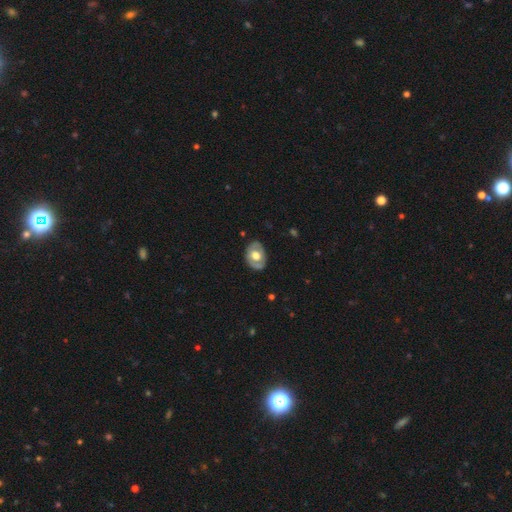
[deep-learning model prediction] Q: Smooth or featured?
A: featured or disk (51%); runner-up: smooth (43%)
Q: Edge-on disk?
A: no (92%); runner-up: yes (8%)
Q: Merging?
A: none (79%); runner-up: minor disturbance (16%)